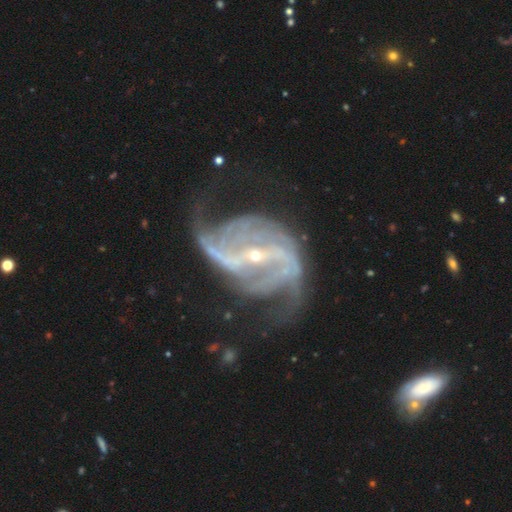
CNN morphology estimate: Smooth or featured? Predicted: featured or disk (p=0.91). Edge-on disk? Predicted: no (p=0.97). Bar? Predicted: strong (p=0.59). Spiral arms? Predicted: yes (p=0.96). Spiral winding? Predicted: medium (p=0.42). Spiral arm count? Predicted: 2 (p=0.58). Bulge size? Predicted: small (p=0.85). Merging? Predicted: none (p=0.46).